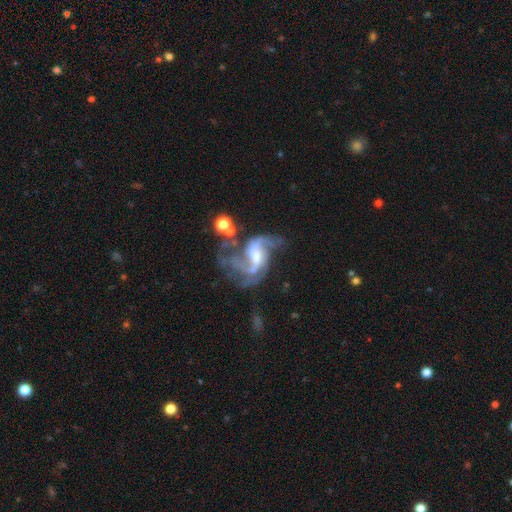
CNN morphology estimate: Q: Smooth or featured?
A: featured or disk (85%); runner-up: star or artifact (8%)
Q: Edge-on disk?
A: no (98%); runner-up: yes (2%)
Q: Bar?
A: weak (48%); runner-up: no (29%)
Q: Spiral arms?
A: yes (92%); runner-up: no (8%)
Q: Spiral winding?
A: loose (57%); runner-up: medium (35%)
Q: Spiral arm count?
A: 2 (57%); runner-up: 3 (17%)
Q: Bulge size?
A: moderate (42%); runner-up: small (28%)
Q: Merging?
A: major disturbance (36%); runner-up: none (34%)